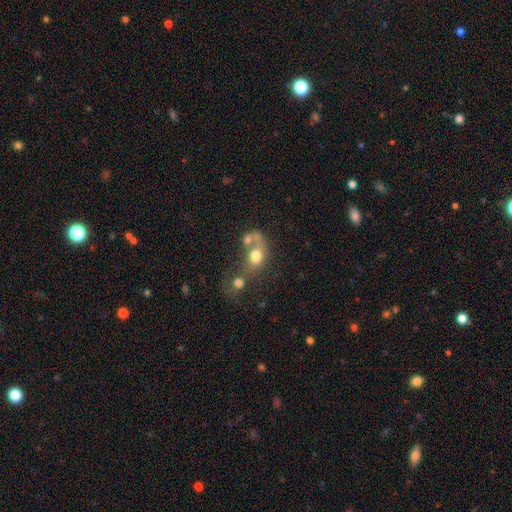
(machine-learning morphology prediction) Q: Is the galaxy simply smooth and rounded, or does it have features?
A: smooth — 67%.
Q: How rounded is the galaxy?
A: in between — 53%.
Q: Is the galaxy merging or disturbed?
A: merger — 56%.